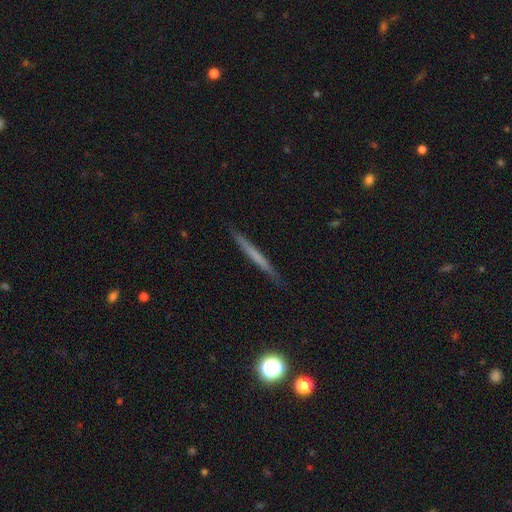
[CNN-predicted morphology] A smooth galaxy with no disk features (49%). Merging: none (90%).